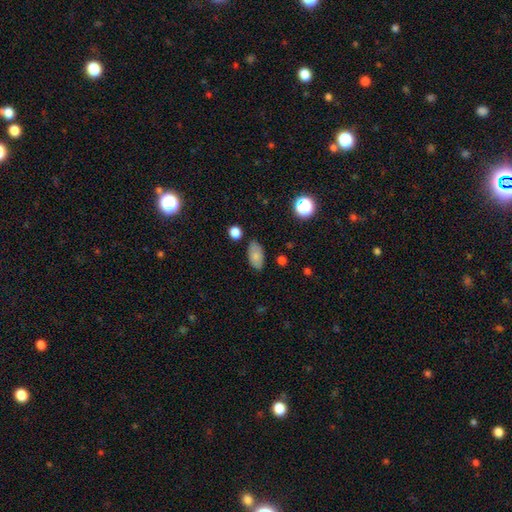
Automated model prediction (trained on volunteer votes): Smooth or featured? Predicted: smooth (p=0.76). How rounded? Predicted: in between (p=0.92). Merging? Predicted: none (p=0.79).